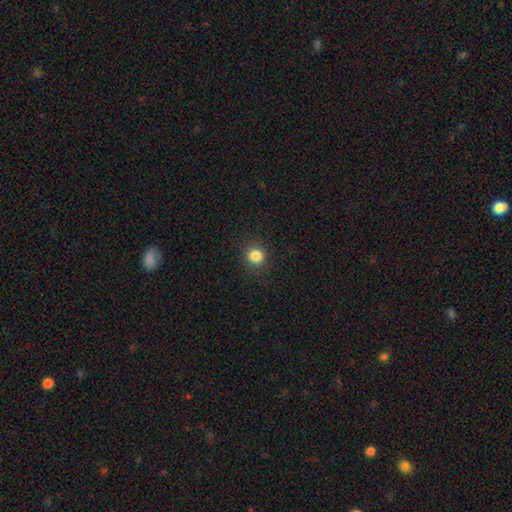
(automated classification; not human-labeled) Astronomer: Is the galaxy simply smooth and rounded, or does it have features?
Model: smooth — 85%.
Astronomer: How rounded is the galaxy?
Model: round — 92%.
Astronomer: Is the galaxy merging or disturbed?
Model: none — 90%.